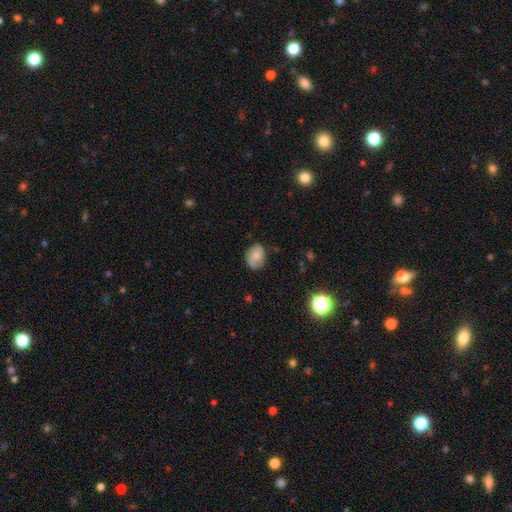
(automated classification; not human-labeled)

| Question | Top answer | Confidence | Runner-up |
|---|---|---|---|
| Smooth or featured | smooth | 68% | featured or disk (23%) |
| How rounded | in between | 65% | round (34%) |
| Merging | none | 66% | minor disturbance (25%) |